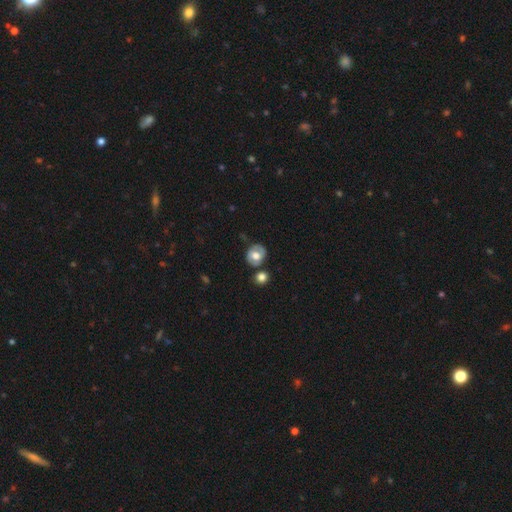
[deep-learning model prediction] Morphology: type=smooth (55%); roundness=round (67%); merging=none (67%).